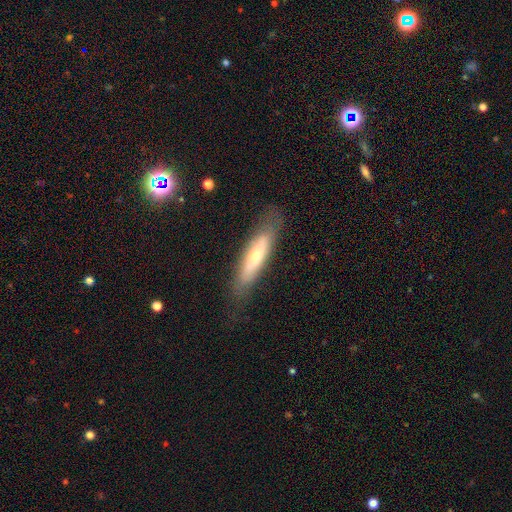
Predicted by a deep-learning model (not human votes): Smooth or featured?
  - featured or disk: 47% *
  - smooth: 44%
  - star or artifact: 9%
Merging?
  - none: 77% *
  - minor disturbance: 16%
  - major disturbance: 5%
  - merger: 1%